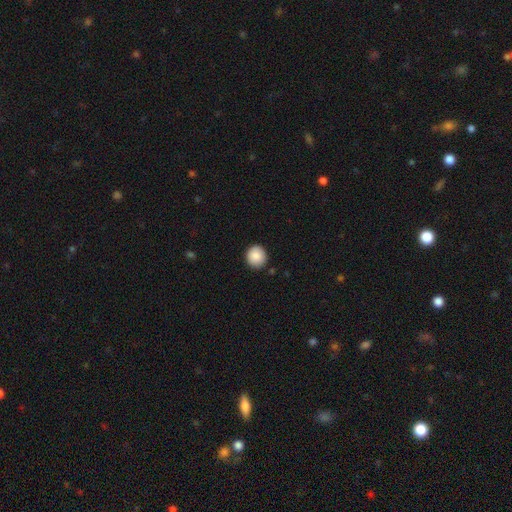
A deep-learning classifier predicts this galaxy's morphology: smooth-or-featured: smooth: 88% | star or artifact: 8% | featured or disk: 4%
  how-rounded: round: 92% | in between: 7% | cigar-shaped: 1%
  merging: none: 90% | minor disturbance: 7% | major disturbance: 2% | merger: 1%